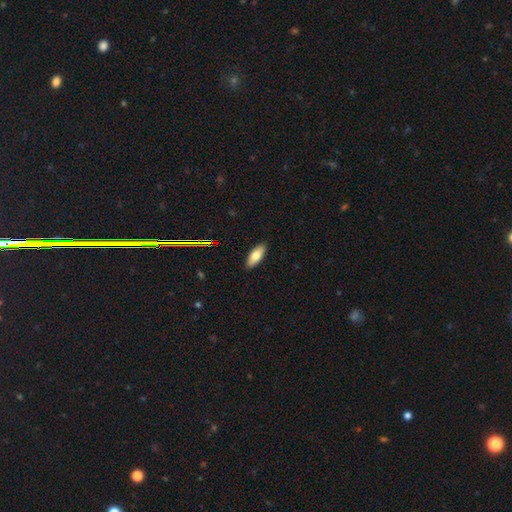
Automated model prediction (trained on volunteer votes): The model was most divided on "how rounded": in between: 74%, cigar-shaped: 24%, round: 2%. More confident: merging — none (90%); smooth or featured — smooth (74%).